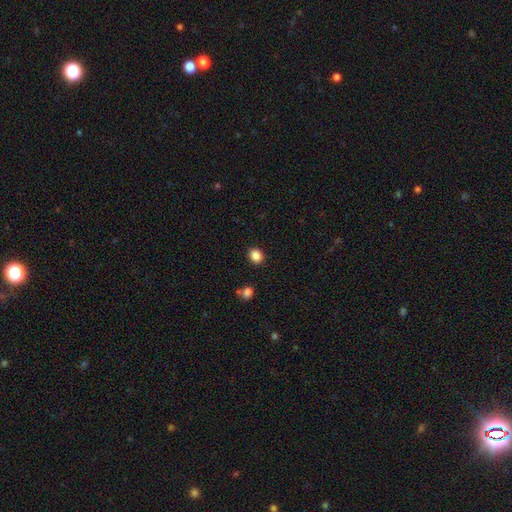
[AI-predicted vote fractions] A smooth galaxy with no disk features (87%) that is round (65%). Merging: none (89%).